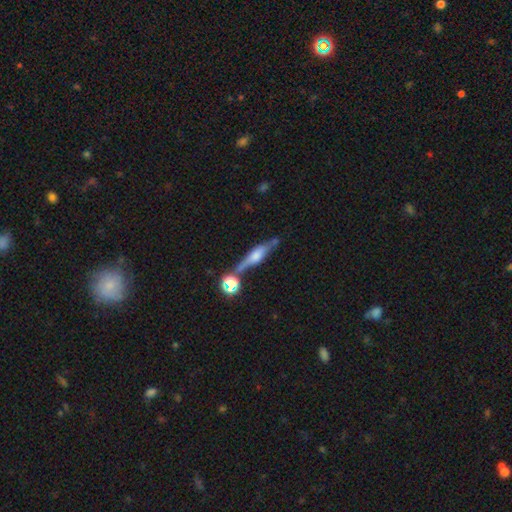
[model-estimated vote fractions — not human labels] This is likely a featured or disk galaxy (64%). It is clearly viewed edge-on (92%). Edge-on bulge: likely rounded (77%). Merging: likely none (65%).